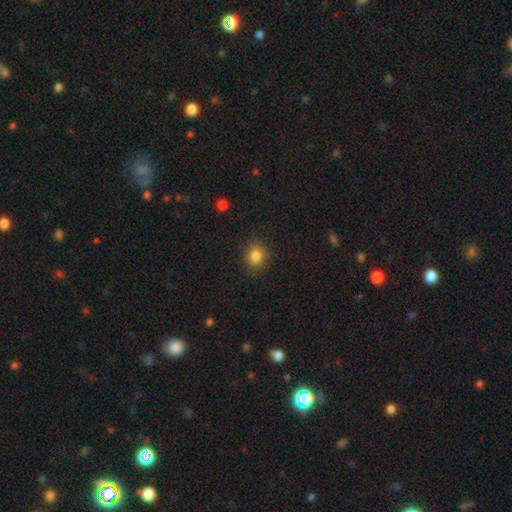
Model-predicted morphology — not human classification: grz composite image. It shows a smooth galaxy with no disk features (84%) that is round (69%). Merging: none (87%).